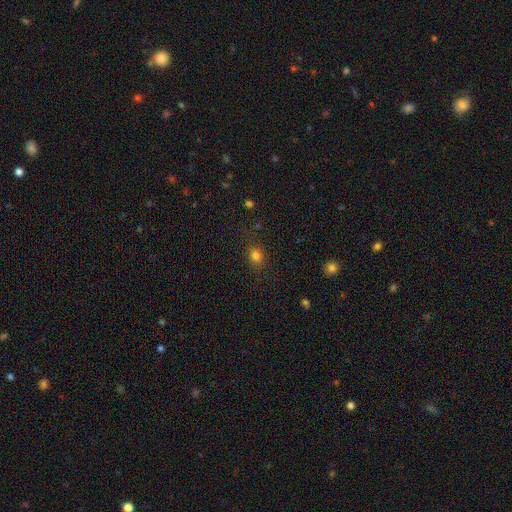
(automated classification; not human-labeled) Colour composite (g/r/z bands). It shows a smooth galaxy with no disk features (80%) that is round (65%). Merging: none (83%).